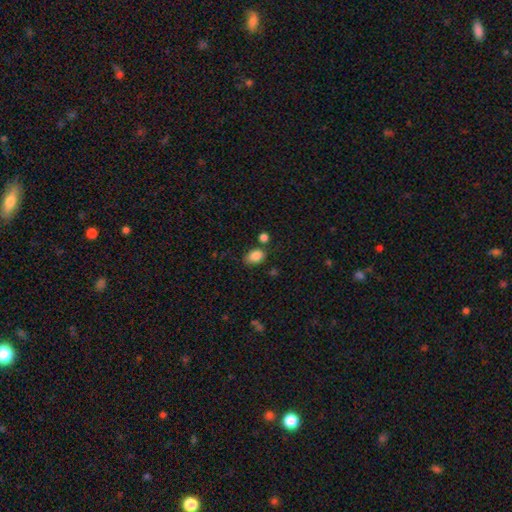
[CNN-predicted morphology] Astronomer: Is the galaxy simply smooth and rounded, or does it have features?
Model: smooth — 85%.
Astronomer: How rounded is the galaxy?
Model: in between — 79%.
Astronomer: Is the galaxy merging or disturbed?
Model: none — 71%.